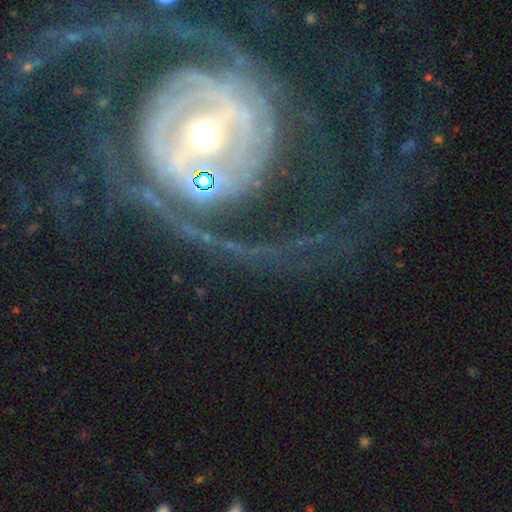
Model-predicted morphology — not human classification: A featured or disk galaxy (81%) with a strong bar (40%), 2 (50%) tight (40%) spiral arms (80%) and a moderate central bulge (56%). Merging: none (49%).